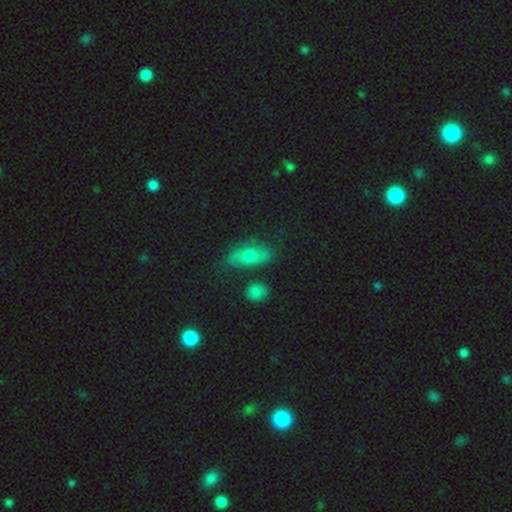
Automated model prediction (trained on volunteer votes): Morphology: type=smooth (52%); roundness=in between (76%); merging=none (70%).